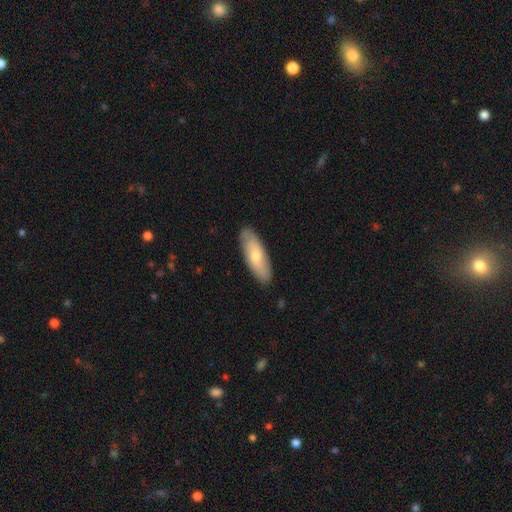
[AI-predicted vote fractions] Morphology: type=smooth (63%); roundness=in between (65%); merging=none (87%).